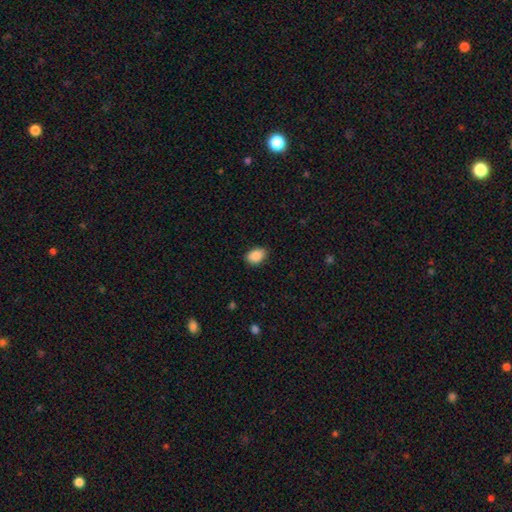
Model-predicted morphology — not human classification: Smooth or featured: smooth — 89% (star or artifact — 8%)
How rounded: in between — 83% (round — 16%)
Merging: none — 83% (minor disturbance — 14%)